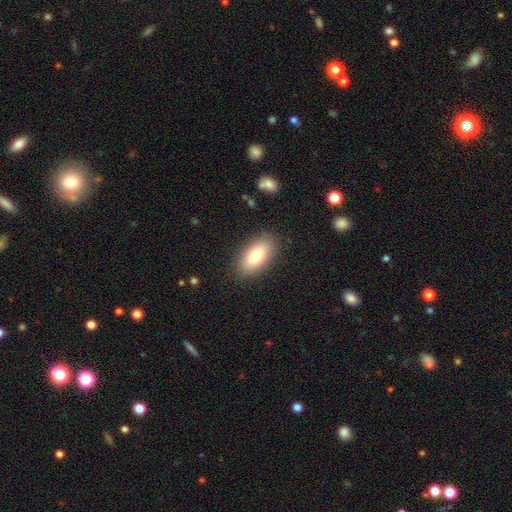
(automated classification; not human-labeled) smooth_or_featured: smooth (p=0.79) [alt: featured or disk p=0.14]
how_rounded: in between (p=0.91) [alt: cigar-shaped p=0.05]
merging: none (p=0.86) [alt: minor disturbance p=0.10]